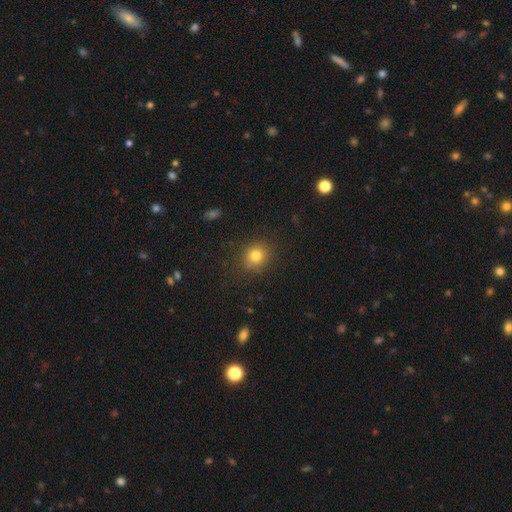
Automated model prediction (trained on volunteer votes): A smooth galaxy with no disk features (80%) that is round (82%). Merging: none (84%).